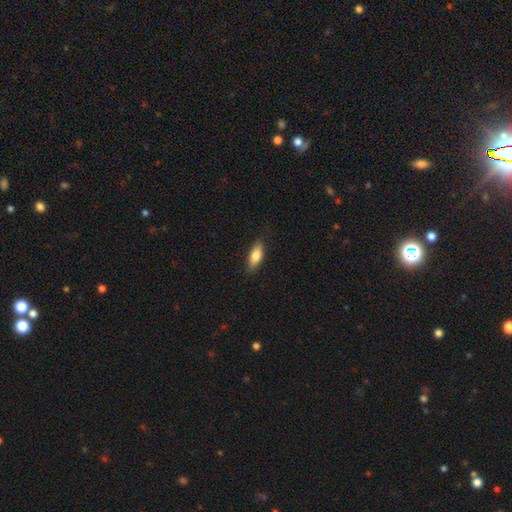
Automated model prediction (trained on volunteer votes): smooth_or_featured: smooth (p=0.80) [alt: featured or disk p=0.13]
how_rounded: in between (p=0.78) [alt: cigar-shaped p=0.19]
merging: none (p=0.81) [alt: minor disturbance p=0.15]